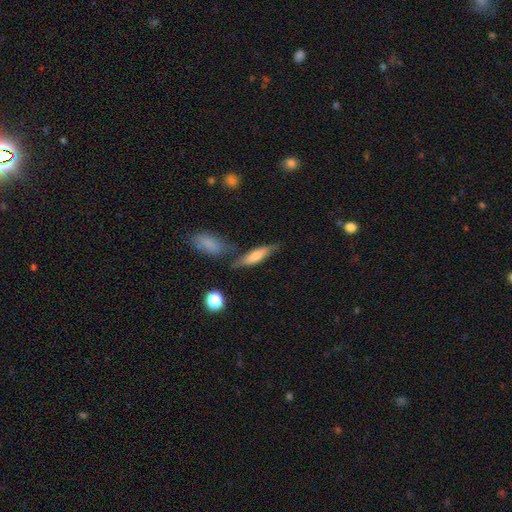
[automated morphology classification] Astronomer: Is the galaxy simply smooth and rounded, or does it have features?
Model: smooth — 57% (runner-up: featured or disk, 34%).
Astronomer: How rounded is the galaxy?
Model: cigar-shaped — 64%.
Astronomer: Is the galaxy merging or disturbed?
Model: none — 61%.